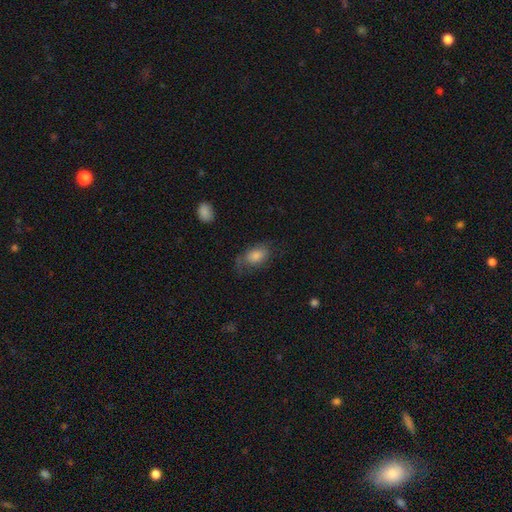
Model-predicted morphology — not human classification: Smooth or featured? Predicted: smooth (p=0.66). How rounded? Predicted: in between (p=0.87). Merging? Predicted: none (p=0.54).